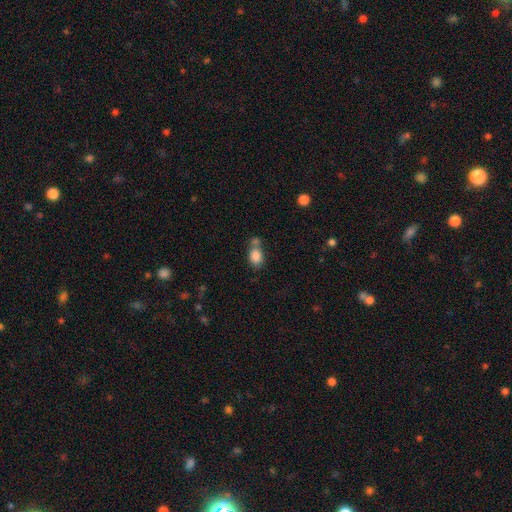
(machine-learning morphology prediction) Q: Smooth or featured?
A: smooth (84%); runner-up: star or artifact (9%)
Q: How rounded?
A: in between (72%); runner-up: round (27%)
Q: Merging?
A: none (44%); runner-up: merger (36%)